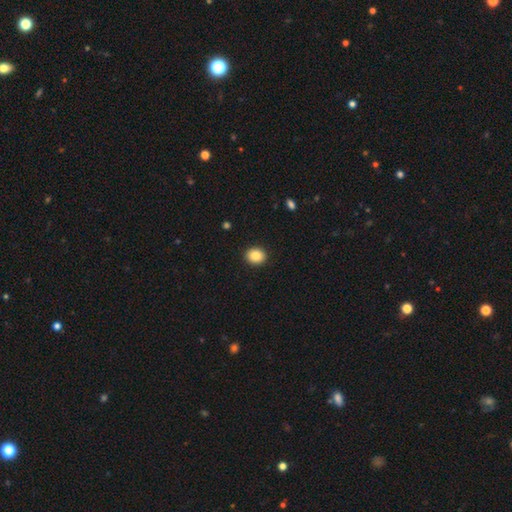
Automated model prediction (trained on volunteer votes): Smooth or featured? smooth (88%)
How rounded? round (69%)
Merging? none (92%)